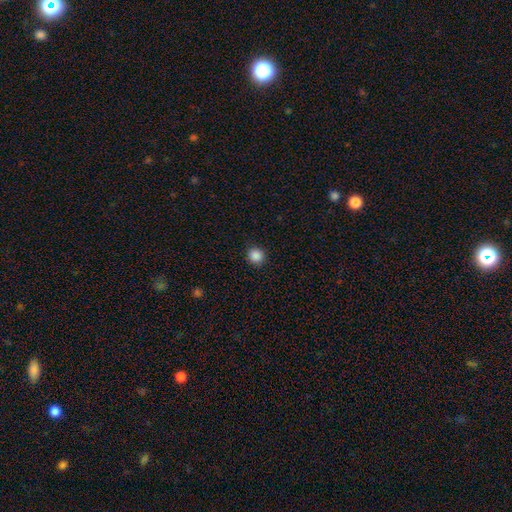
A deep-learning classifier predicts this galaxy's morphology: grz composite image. It shows a smooth galaxy with no disk features (88%) that is round (91%). Merging: none (91%).